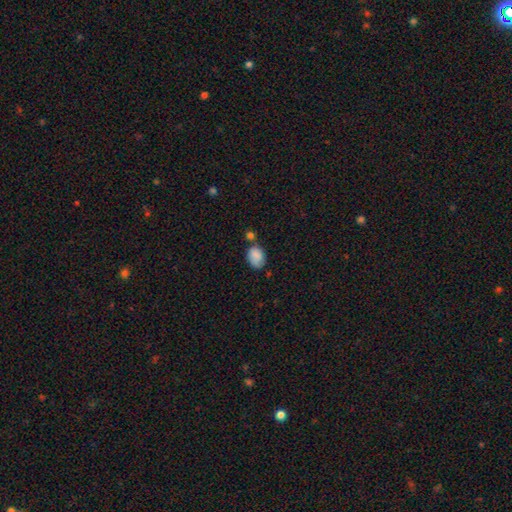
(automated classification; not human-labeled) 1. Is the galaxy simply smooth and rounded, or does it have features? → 85% smooth, 8% star or artifact, 7% featured or disk.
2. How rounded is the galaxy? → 80% in between, 19% round, 1% cigar-shaped.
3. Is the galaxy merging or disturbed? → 51% none, 24% minor disturbance, 19% merger, 7% major disturbance.